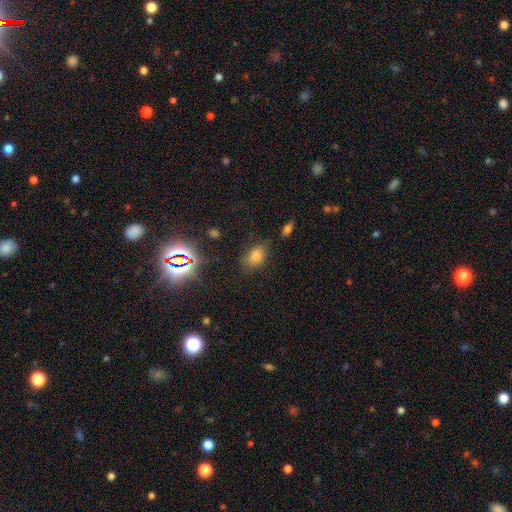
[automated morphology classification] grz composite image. It shows a smooth galaxy with no disk features (70%) that is in between round and cigar-shaped (80%). Merging: none (76%).